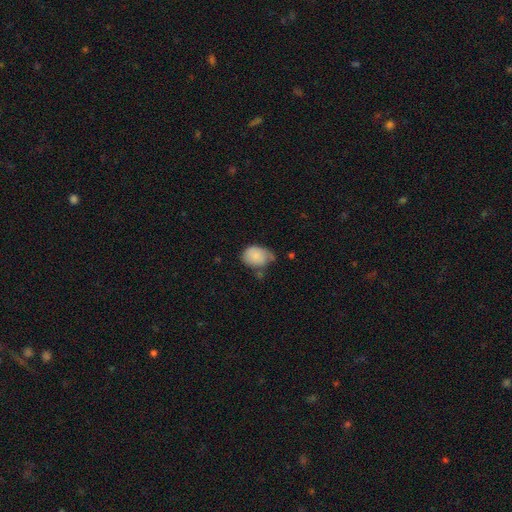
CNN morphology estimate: A smooth galaxy with no disk features (81%) that is in between round and cigar-shaped (63%). Merging: none (41%).